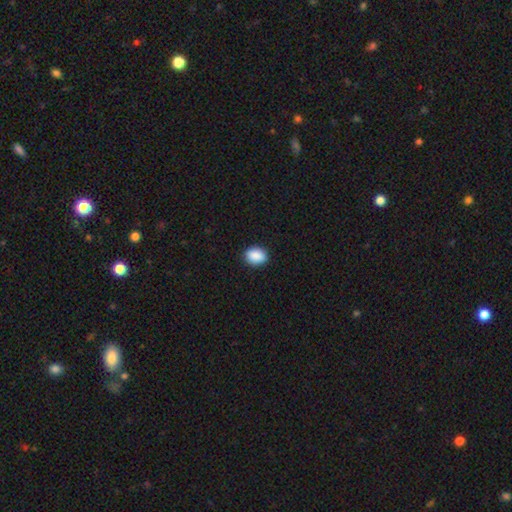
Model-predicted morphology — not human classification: A smooth galaxy with no disk features (90%) that is in between round and cigar-shaped (73%).

Vote fractions:
- Smooth or featured? smooth: 90% / star or artifact: 7% / featured or disk: 3%
- How rounded? in between: 73% / round: 26% / cigar-shaped: 1%
- Merging? none: 89% / minor disturbance: 8% / major disturbance: 2% / merger: 1%